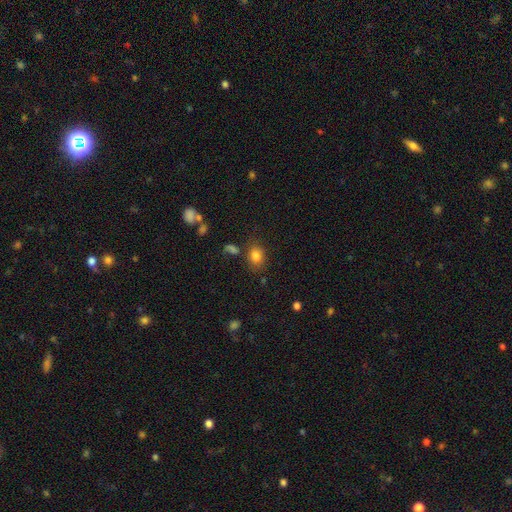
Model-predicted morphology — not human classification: smooth_or_featured: smooth (p=0.81) [alt: star or artifact p=0.12]
how_rounded: in between (p=0.53) [alt: round p=0.46]
merging: none (p=0.74) [alt: minor disturbance p=0.14]